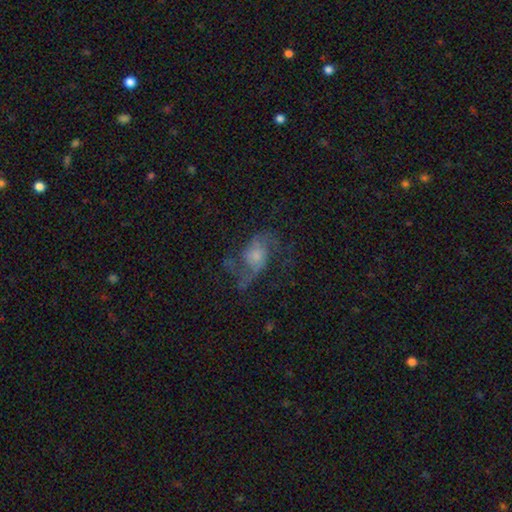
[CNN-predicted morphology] The model was most divided on "bulge size": moderate: 38%, small: 36%, large: 13%, none: 10%, dominant: 3%. Remaining: edge-on disk — no (96%); spiral arms — yes (85%); spiral arm count — 2 (78%); bar — no (71%); smooth or featured — featured or disk (68%); spiral winding — loose (54%); merging — none (48%).